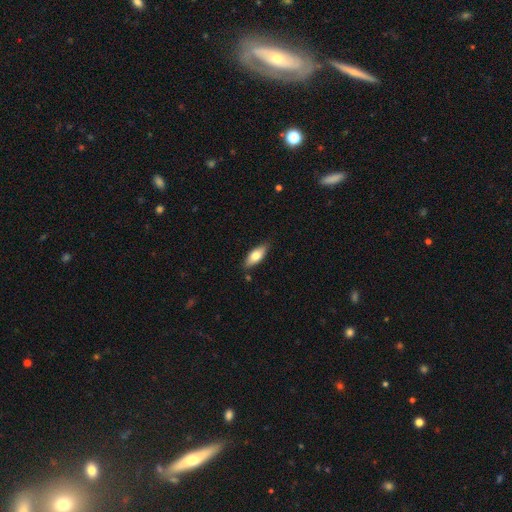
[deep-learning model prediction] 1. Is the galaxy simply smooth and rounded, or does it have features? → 73% smooth, 21% featured or disk, 6% star or artifact.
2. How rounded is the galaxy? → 76% in between, 22% cigar-shaped, 2% round.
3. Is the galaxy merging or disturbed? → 82% none, 14% minor disturbance, 2% major disturbance, 2% merger.